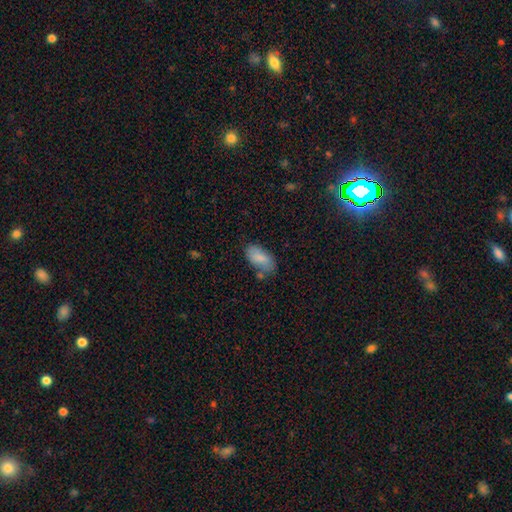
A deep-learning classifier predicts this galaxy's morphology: A smooth galaxy with no disk features (76%) that is in between round and cigar-shaped (92%). Merging: none (69%).